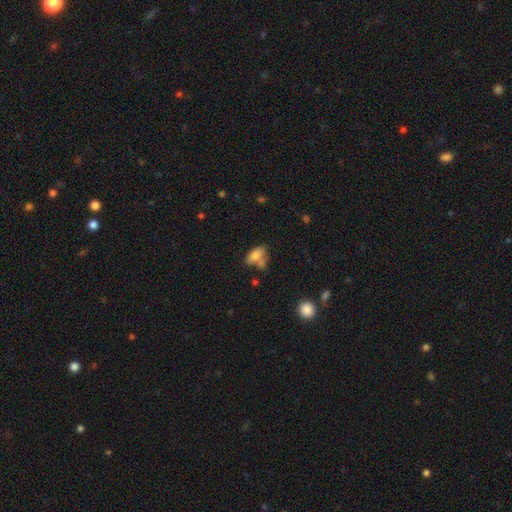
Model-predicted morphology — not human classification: smooth_or_featured: smooth (p=0.74) [alt: featured or disk p=0.16]
how_rounded: in between (p=0.85) [alt: cigar-shaped p=0.09]
merging: none (p=0.44) [alt: merger p=0.30]